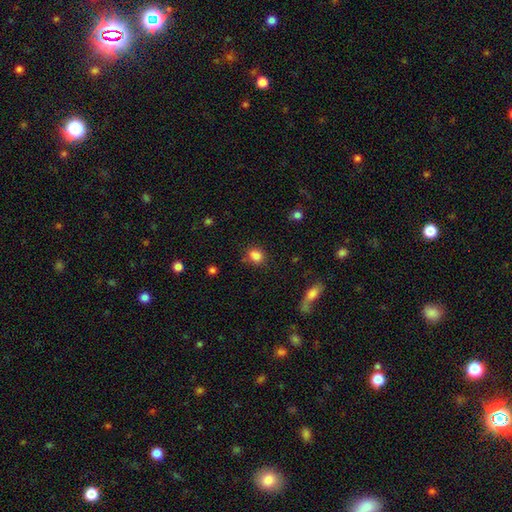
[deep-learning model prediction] Smooth or featured? smooth (81%)
How rounded? round (58%)
Merging? none (60%)